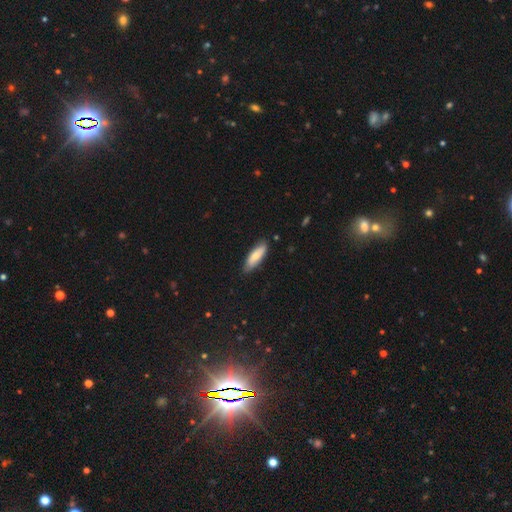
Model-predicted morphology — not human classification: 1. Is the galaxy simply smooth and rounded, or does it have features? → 74% smooth, 20% featured or disk, 6% star or artifact.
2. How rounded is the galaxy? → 55% in between, 43% cigar-shaped, 2% round.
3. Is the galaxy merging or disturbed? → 81% none, 15% minor disturbance, 2% major disturbance, 1% merger.